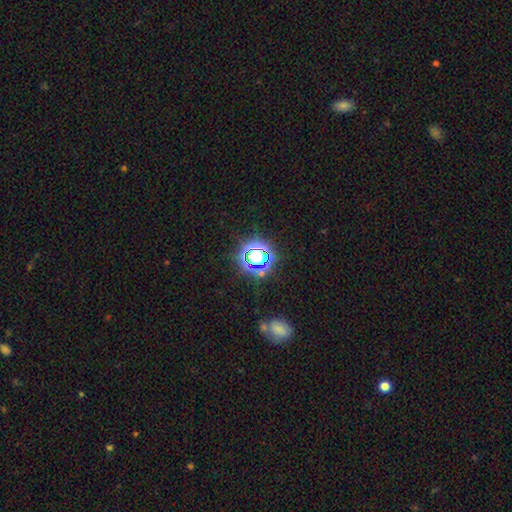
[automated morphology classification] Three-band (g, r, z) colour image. It shows a star or artifact, not a galaxy (64%).